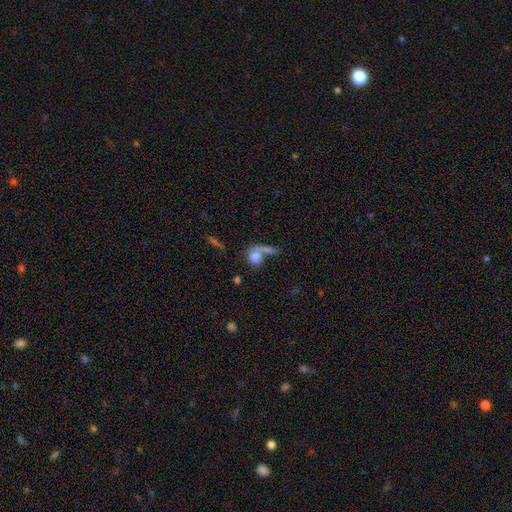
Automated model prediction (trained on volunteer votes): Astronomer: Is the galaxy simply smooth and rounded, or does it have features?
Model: smooth — 72%.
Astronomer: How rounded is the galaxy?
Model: round — 55% (runner-up: in between, 39%).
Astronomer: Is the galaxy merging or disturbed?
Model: merger — 43% (runner-up: none, 30%).